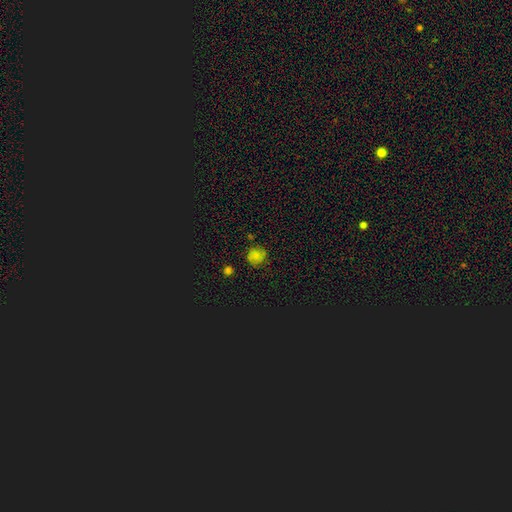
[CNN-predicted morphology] Smooth or featured?
  - smooth: 62% *
  - featured or disk: 20%
  - star or artifact: 18%
How rounded?
  - round: 87% *
  - in between: 12%
  - cigar-shaped: 1%
Merging?
  - none: 75% *
  - minor disturbance: 18%
  - major disturbance: 5%
  - merger: 3%